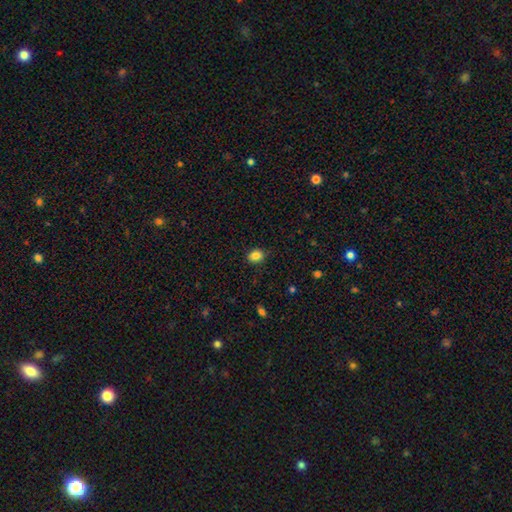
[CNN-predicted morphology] smooth_or_featured: smooth (p=0.85) [alt: star or artifact p=0.10]
how_rounded: round (p=0.53) [alt: in between p=0.46]
merging: none (p=0.85) [alt: minor disturbance p=0.12]